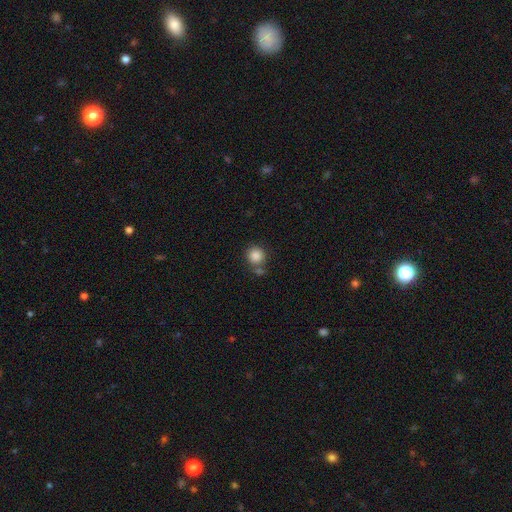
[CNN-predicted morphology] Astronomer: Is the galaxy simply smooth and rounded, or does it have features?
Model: smooth — 86%.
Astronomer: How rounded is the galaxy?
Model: round — 90%.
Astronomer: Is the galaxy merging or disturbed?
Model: none — 64%.